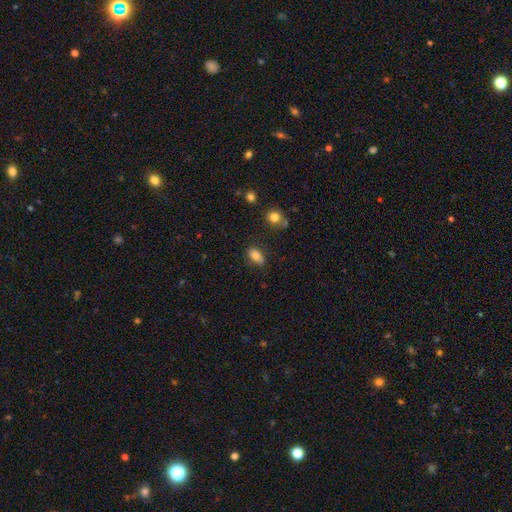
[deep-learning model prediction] Morphology: type=smooth (80%); roundness=in between (87%); merging=none (79%).